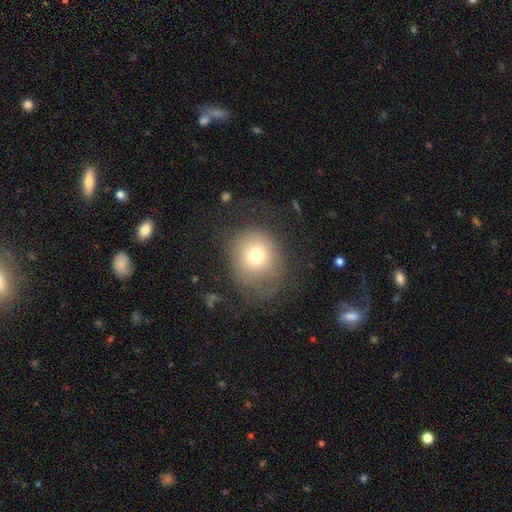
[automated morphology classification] type=smooth (73%); roundness=round (76%); merging=none (59%).